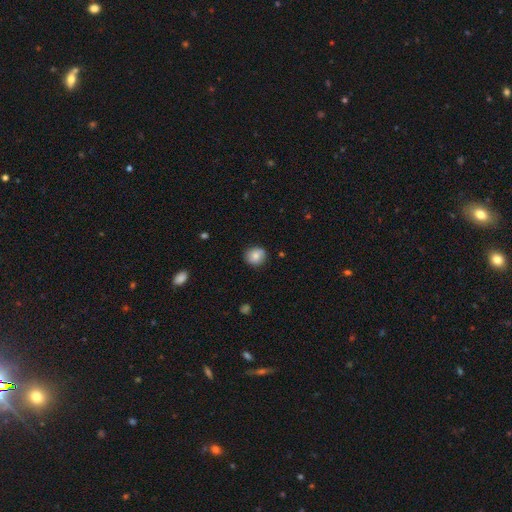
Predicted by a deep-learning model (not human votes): A smooth galaxy with no disk features (78%) that is round (83%).

Vote fractions:
- Smooth or featured? smooth: 78% / featured or disk: 14% / star or artifact: 9%
- How rounded? round: 83% / in between: 16% / cigar-shaped: 1%
- Merging? none: 83% / minor disturbance: 13% / major disturbance: 2% / merger: 1%